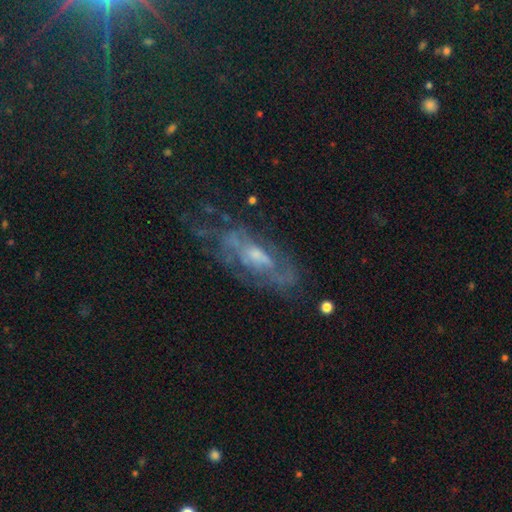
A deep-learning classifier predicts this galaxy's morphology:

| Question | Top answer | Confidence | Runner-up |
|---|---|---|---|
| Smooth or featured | featured or disk | 73% | smooth (18%) |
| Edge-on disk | no | 88% | yes (12%) |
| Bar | no | 59% | weak (33%) |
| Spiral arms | yes | 64% | no (36%) |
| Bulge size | small | 47% | moderate (39%) |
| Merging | none | 54% | minor disturbance (22%) |